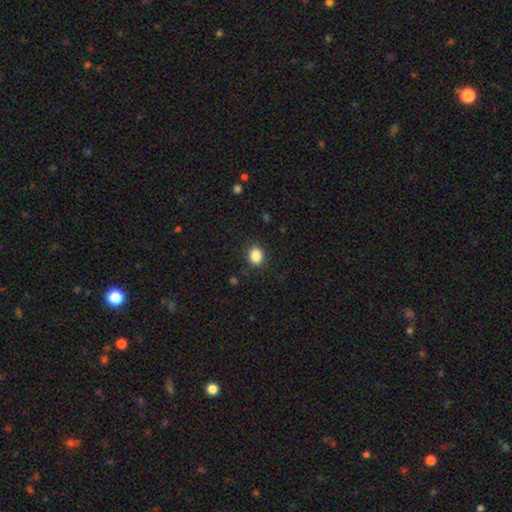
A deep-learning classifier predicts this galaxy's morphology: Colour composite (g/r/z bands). It shows a smooth galaxy with no disk features (86%) that is round (64%). Merging: none (88%).